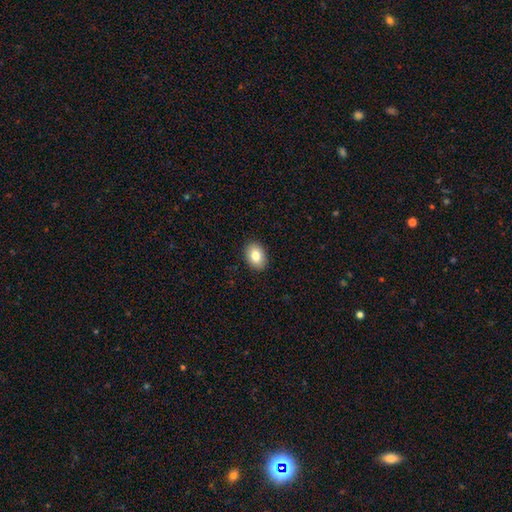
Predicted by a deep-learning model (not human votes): Q: Smooth or featured?
A: smooth (83%); runner-up: featured or disk (9%)
Q: How rounded?
A: in between (80%); runner-up: round (19%)
Q: Merging?
A: none (90%); runner-up: minor disturbance (7%)